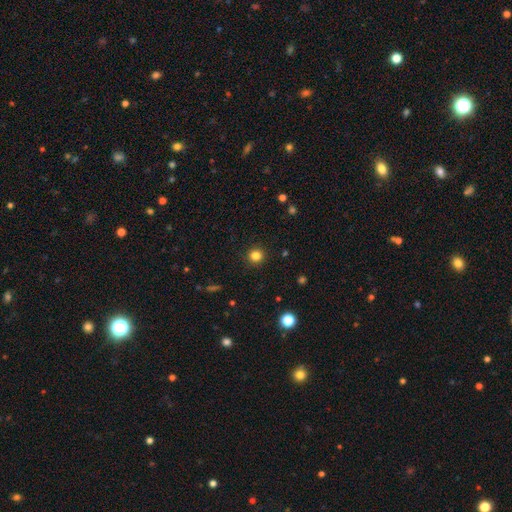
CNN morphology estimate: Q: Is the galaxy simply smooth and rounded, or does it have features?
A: smooth — 83%.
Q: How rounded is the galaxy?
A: round — 92%.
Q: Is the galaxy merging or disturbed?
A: none — 92%.